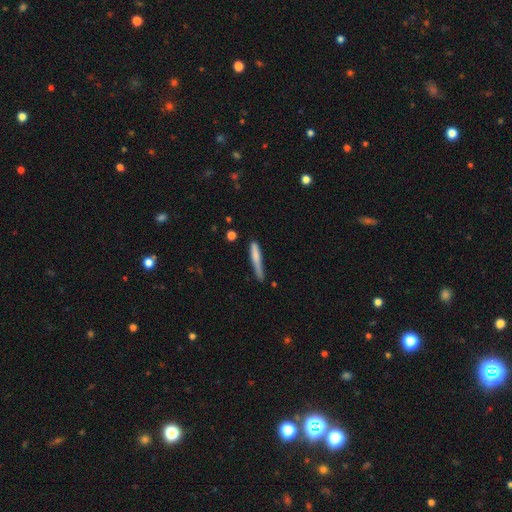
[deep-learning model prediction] Overall: smooth (71%). How rounded: cigar-shaped (93%). Merging: none (56%; minor disturbance 30%).